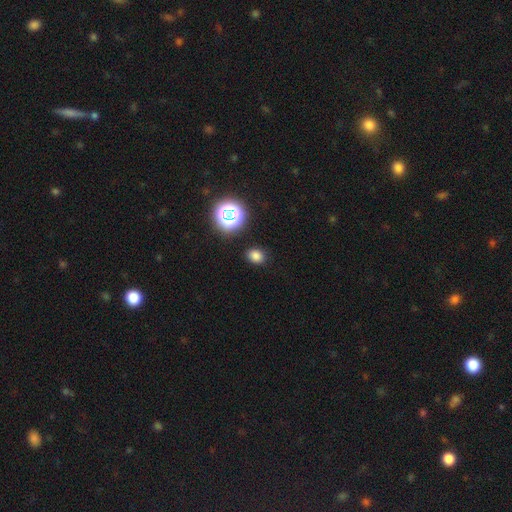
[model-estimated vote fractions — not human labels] Morphology: type=smooth (76%); roundness=in between (55%); merging=none (87%).